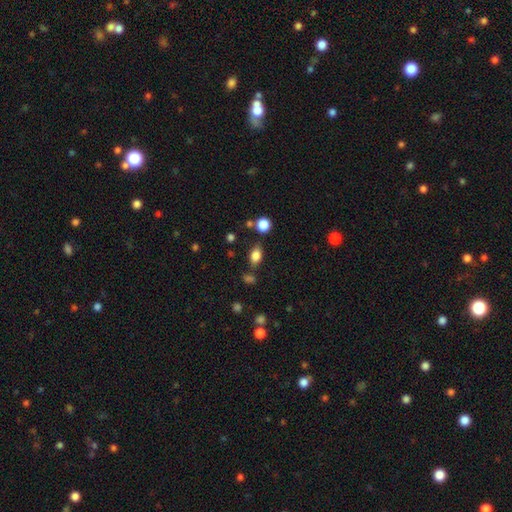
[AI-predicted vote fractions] A smooth galaxy with no disk features (81%) that is in between round and cigar-shaped (82%). Merging: none (75%).